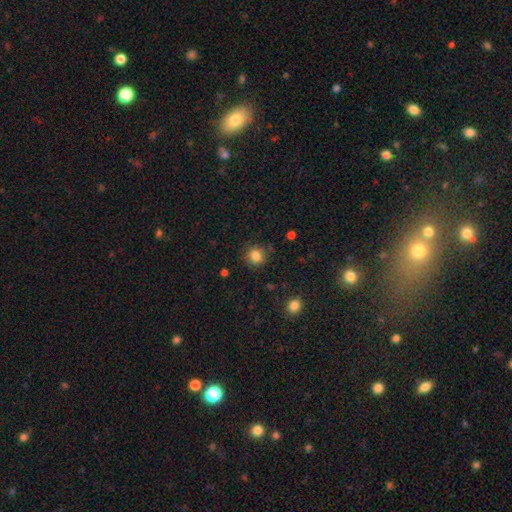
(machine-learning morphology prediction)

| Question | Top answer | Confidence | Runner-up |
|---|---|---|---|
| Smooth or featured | smooth | 83% | star or artifact (12%) |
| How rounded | round | 86% | in between (13%) |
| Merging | none | 83% | minor disturbance (11%) |